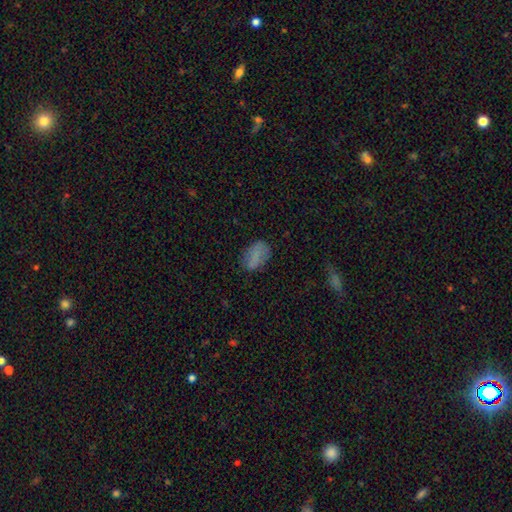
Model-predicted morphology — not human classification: This appears to be a smooth galaxy with no disk features (75%) that is in between round and cigar-shaped (89%). Merging: none (71%).